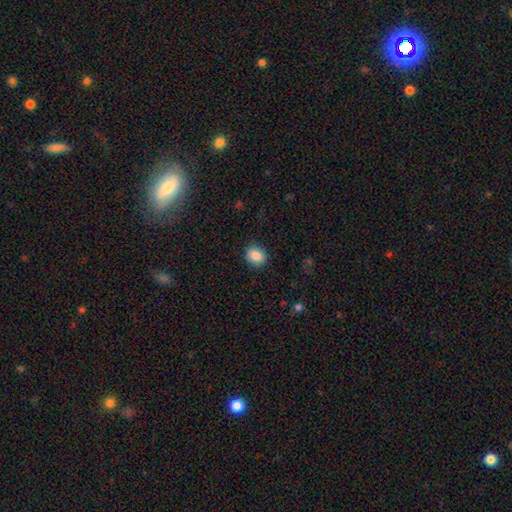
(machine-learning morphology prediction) This is clearly a smooth galaxy (86%). How rounded: likely round (71%). Merging: clearly none (88%).